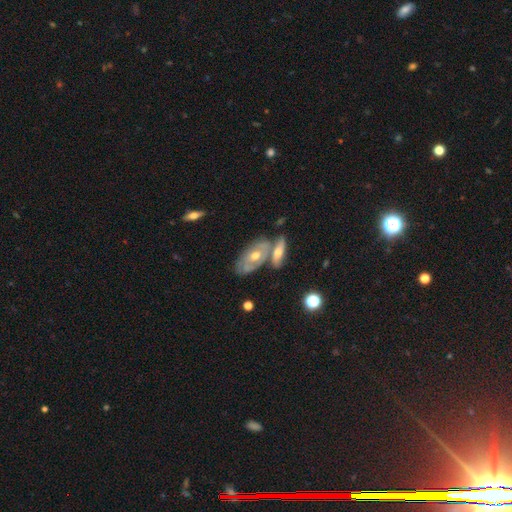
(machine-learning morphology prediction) smooth_or_featured: featured or disk (p=0.67) [alt: smooth p=0.25]
disk_edge_on: no (p=0.77) [alt: yes p=0.23]
bar: no (p=0.81) [alt: weak p=0.15]
has_spiral_arms: yes (p=0.55) [alt: no p=0.45]
bulge_size: moderate (p=0.63) [alt: small p=0.32]
merging: none (p=0.48) [alt: merger p=0.35]